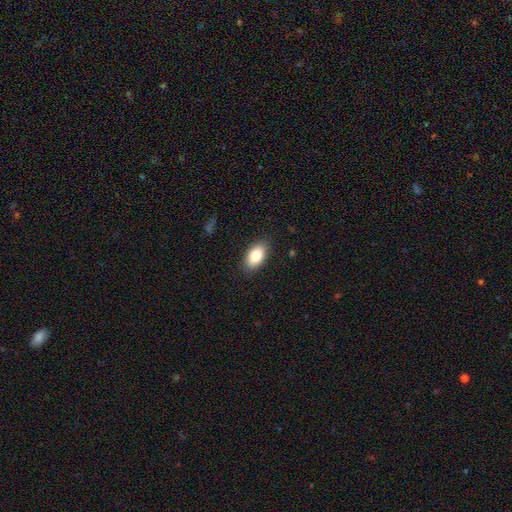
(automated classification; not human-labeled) Overall: smooth (83%). How rounded: in between (92%). Merging: none (87%).